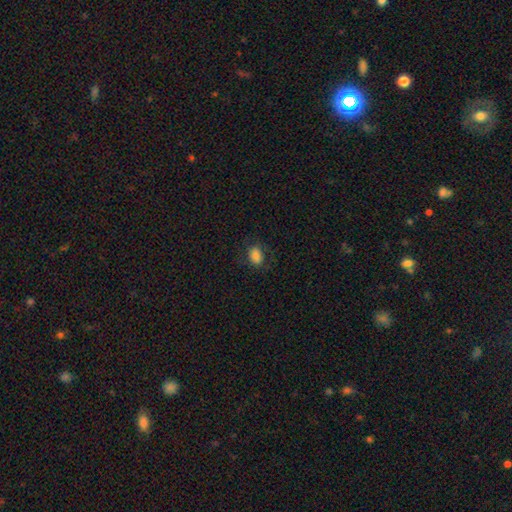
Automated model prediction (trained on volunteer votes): smooth 82%, star or artifact 10%, featured or disk 8%. Down the decision tree: how rounded — in between (69%); merging — none (79%).